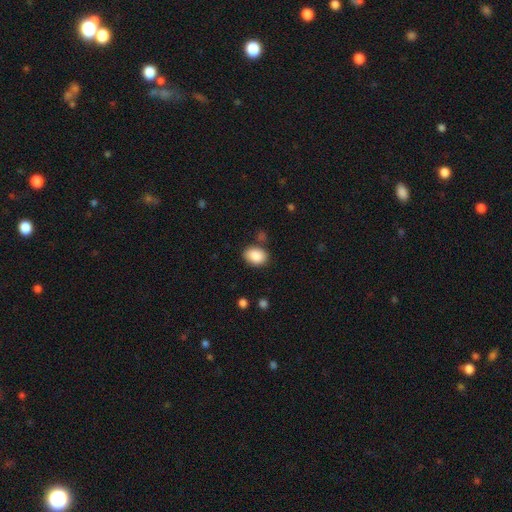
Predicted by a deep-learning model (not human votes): Smooth or featured?
  - smooth: 88% *
  - star or artifact: 7%
  - featured or disk: 5%
How rounded?
  - in between: 73% *
  - round: 26%
  - cigar-shaped: 1%
Merging?
  - none: 78% *
  - minor disturbance: 13%
  - merger: 5%
  - major disturbance: 4%